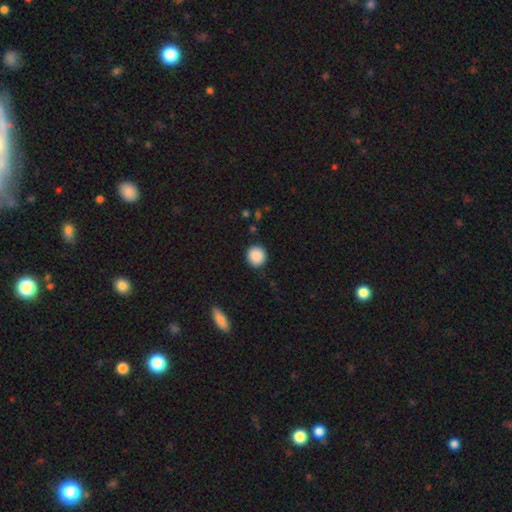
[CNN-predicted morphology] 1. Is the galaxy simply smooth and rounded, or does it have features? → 89% smooth, 8% star or artifact, 3% featured or disk.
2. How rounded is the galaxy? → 91% round, 8% in between, 1% cigar-shaped.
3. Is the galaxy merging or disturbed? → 91% none, 6% minor disturbance, 2% major disturbance, 1% merger.